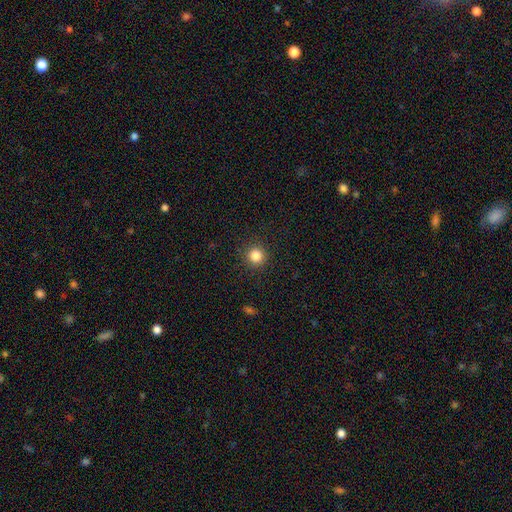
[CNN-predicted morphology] Smooth or featured? Predicted: smooth (p=0.84). How rounded? Predicted: round (p=0.94). Merging? Predicted: none (p=0.91).